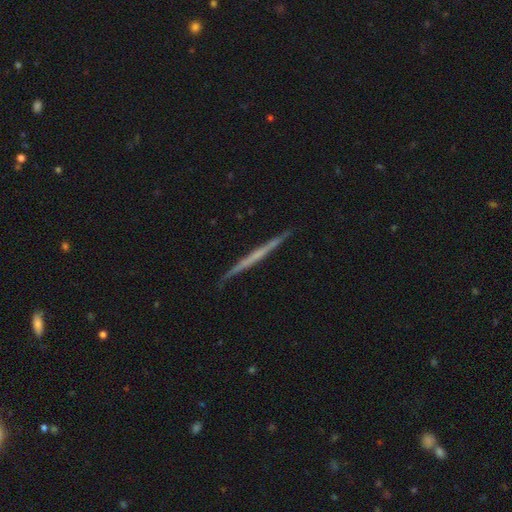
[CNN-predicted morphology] Smooth or featured? featured or disk (63%)
Edge-on disk? yes (98%)
Edge-on bulge? none (87%)
Merging? none (90%)